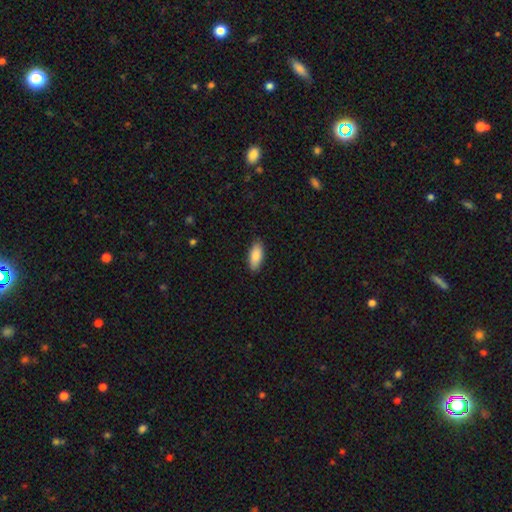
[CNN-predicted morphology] smooth-or-featured: smooth: 87% | featured or disk: 8% | star or artifact: 6%
  how-rounded: in between: 85% | cigar-shaped: 14% | round: 2%
  merging: none: 87% | minor disturbance: 10% | major disturbance: 2% | merger: 1%